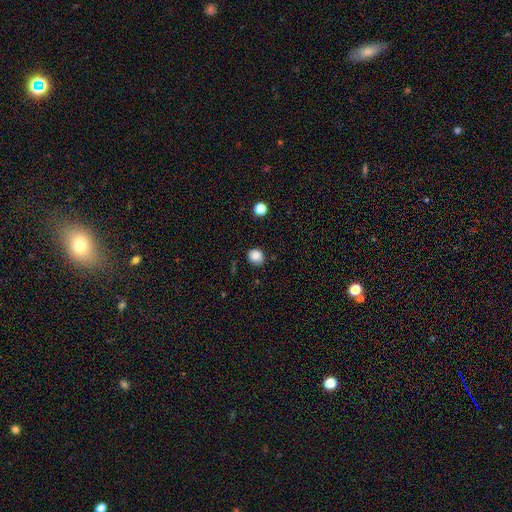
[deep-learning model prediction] Morphology: type=smooth (85%); roundness=round (75%); merging=none (82%).